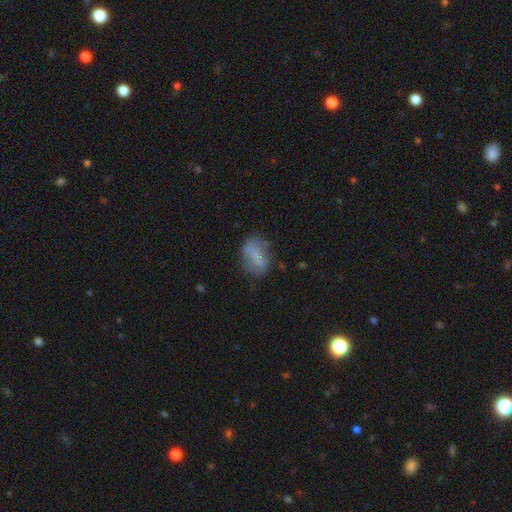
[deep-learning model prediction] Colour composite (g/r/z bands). It shows a smooth galaxy with no disk features (61%) that is in between round and cigar-shaped (82%). Merging: none (55%).